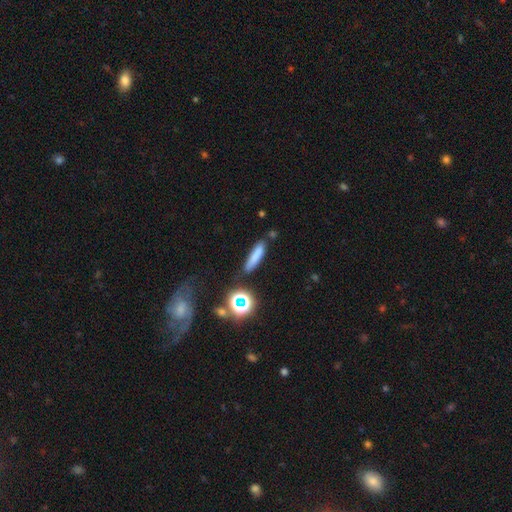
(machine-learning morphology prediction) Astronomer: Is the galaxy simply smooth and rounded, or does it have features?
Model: smooth — 74%.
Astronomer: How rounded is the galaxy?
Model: cigar-shaped — 80%.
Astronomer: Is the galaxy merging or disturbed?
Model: none — 78%.